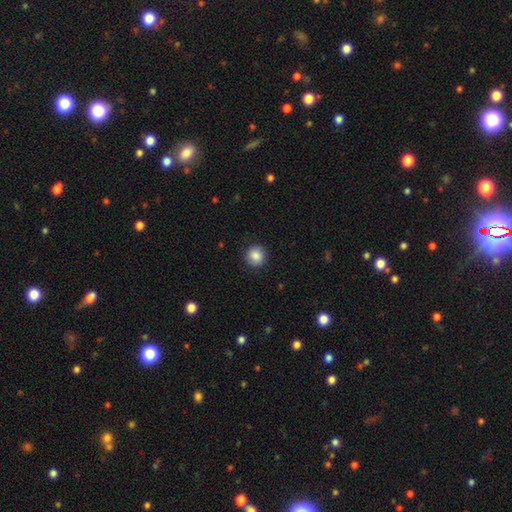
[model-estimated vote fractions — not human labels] Overall: smooth (86%). How rounded: round (92%). Merging: none (90%).